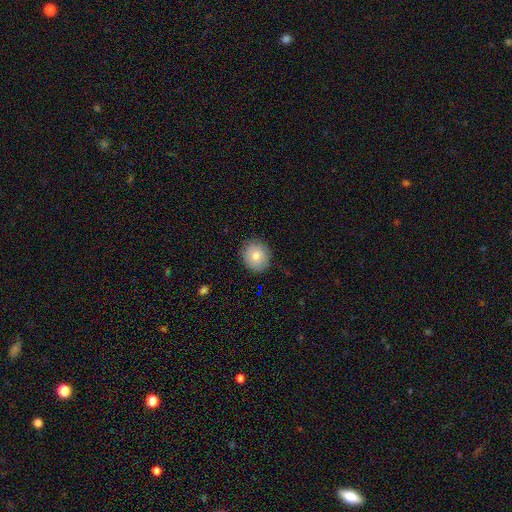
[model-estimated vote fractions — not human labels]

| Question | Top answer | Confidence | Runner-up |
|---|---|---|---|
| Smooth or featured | smooth | 78% | featured or disk (13%) |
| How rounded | round | 83% | in between (16%) |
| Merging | none | 88% | minor disturbance (9%) |